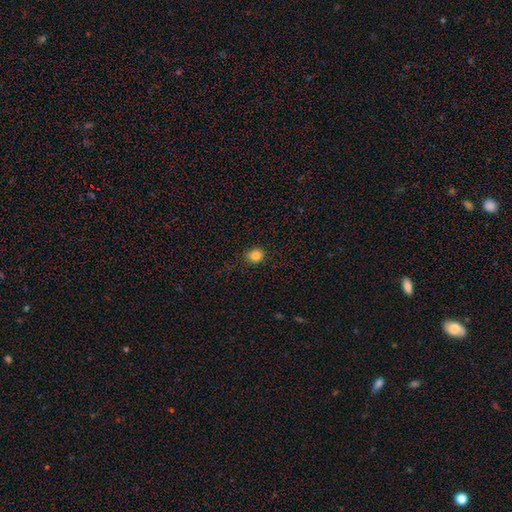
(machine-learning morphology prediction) This is clearly a smooth galaxy (83%). How rounded: likely round (78%). Merging: clearly none (87%).